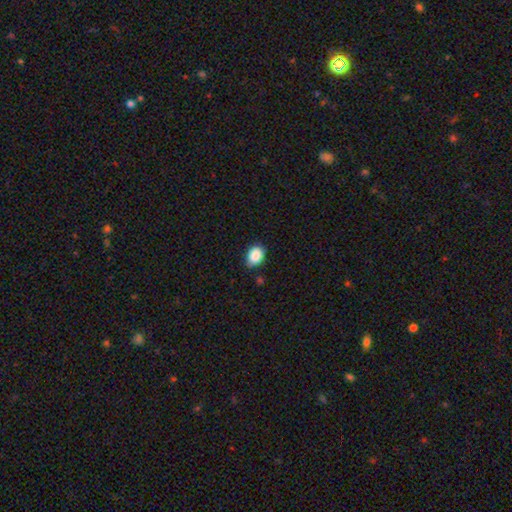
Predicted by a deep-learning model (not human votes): smooth-or-featured: smooth: 88% | star or artifact: 8% | featured or disk: 4%
  how-rounded: in between: 68% | round: 31% | cigar-shaped: 1%
  merging: none: 75% | minor disturbance: 20% | major disturbance: 3% | merger: 2%